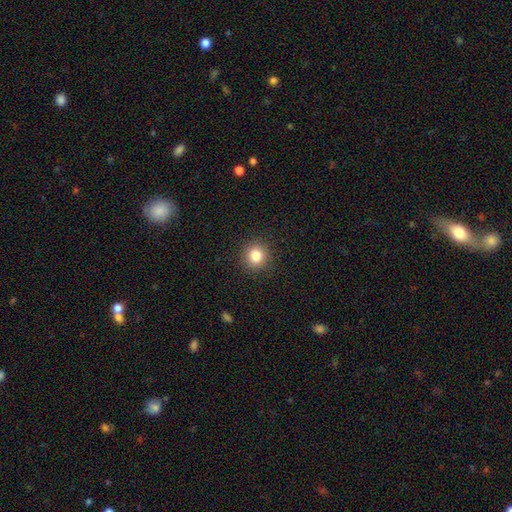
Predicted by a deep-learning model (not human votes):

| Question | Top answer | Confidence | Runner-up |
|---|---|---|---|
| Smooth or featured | smooth | 82% | star or artifact (11%) |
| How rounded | round | 90% | in between (9%) |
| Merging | none | 91% | minor disturbance (6%) |